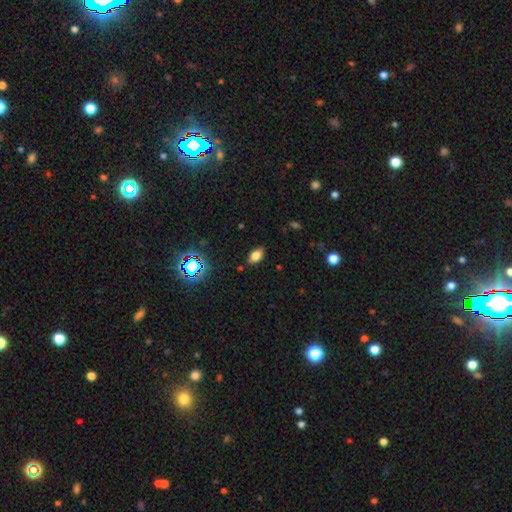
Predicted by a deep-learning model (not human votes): smooth-or-featured: smooth: 74% | star or artifact: 15% | featured or disk: 11%
  how-rounded: in between: 88% | round: 8% | cigar-shaped: 4%
  merging: none: 84% | minor disturbance: 12% | major disturbance: 3% | merger: 2%